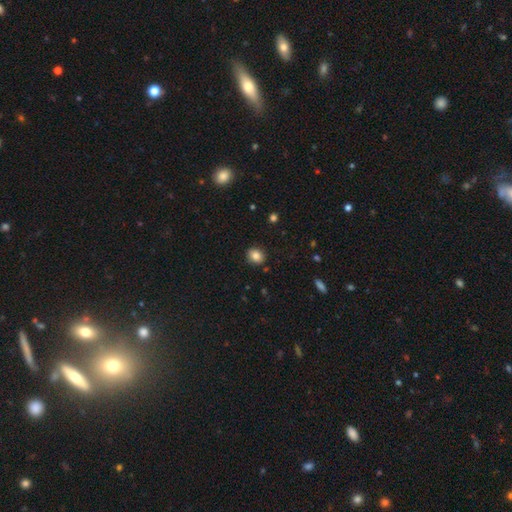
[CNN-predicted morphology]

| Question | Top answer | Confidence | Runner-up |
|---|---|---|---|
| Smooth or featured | smooth | 85% | star or artifact (10%) |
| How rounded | round | 62% | in between (37%) |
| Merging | none | 88% | minor disturbance (8%) |